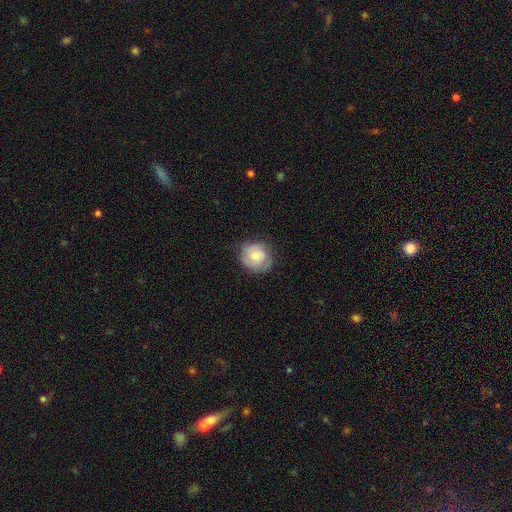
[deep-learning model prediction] A smooth galaxy with no disk features (65%) that is round (82%). Merging: none (74%).